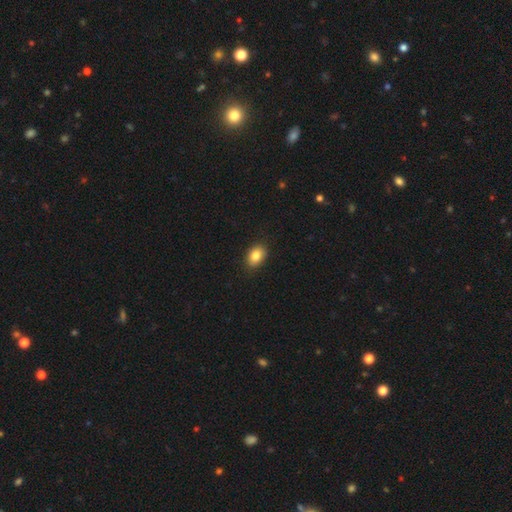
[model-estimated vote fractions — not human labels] Smooth or featured? Predicted: smooth (p=0.85). How rounded? Predicted: in between (p=0.78). Merging? Predicted: none (p=0.87).